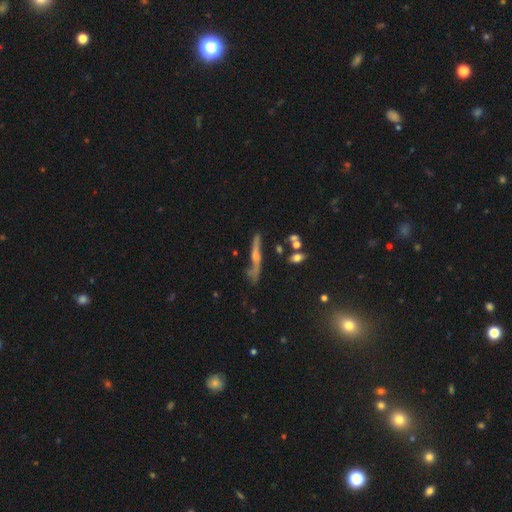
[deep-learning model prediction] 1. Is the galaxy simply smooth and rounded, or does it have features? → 67% featured or disk, 22% smooth, 11% star or artifact.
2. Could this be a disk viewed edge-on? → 68% yes, 32% no.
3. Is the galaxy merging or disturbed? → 58% none, 23% minor disturbance, 12% major disturbance, 7% merger.